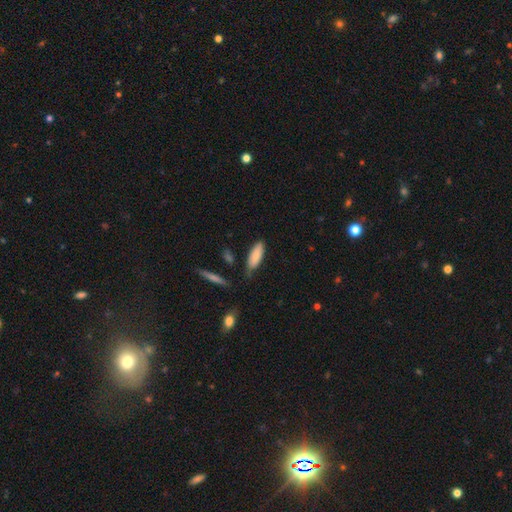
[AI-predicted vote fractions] Morphology: type=smooth (86%); roundness=in between (58%); merging=none (72%).